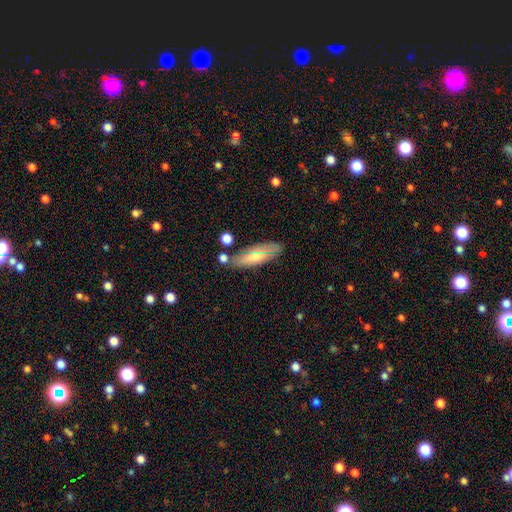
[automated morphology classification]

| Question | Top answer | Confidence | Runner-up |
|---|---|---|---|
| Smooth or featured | smooth | 61% | featured or disk (32%) |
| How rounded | cigar-shaped | 50% | in between (48%) |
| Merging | none | 76% | minor disturbance (15%) |